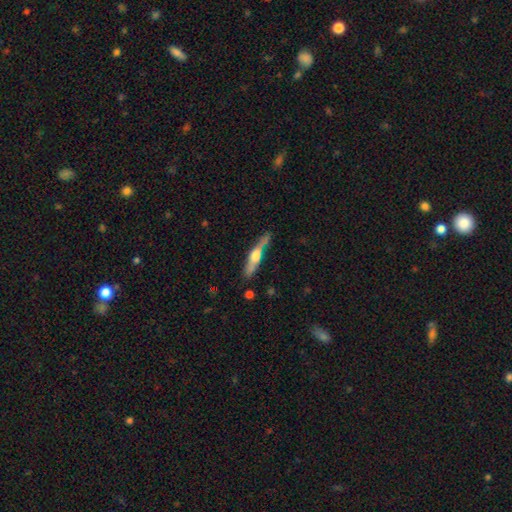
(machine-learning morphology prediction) type=featured or disk (60%); edge-on=yes (93%); edge-on bulge=rounded (85%); merging=none (73%).